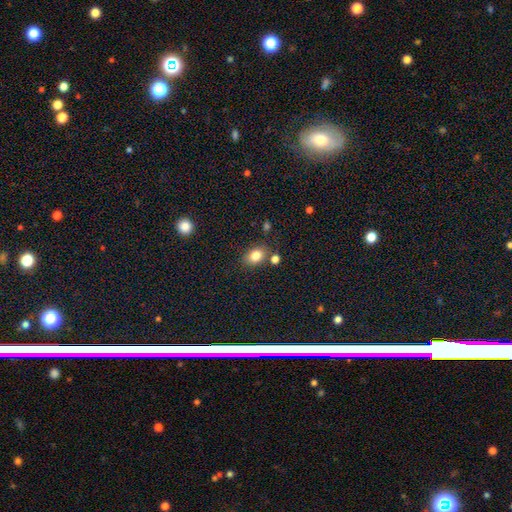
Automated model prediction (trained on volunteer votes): Smooth or featured? Predicted: smooth (p=0.82). How rounded? Predicted: in between (p=0.71). Merging? Predicted: none (p=0.76).